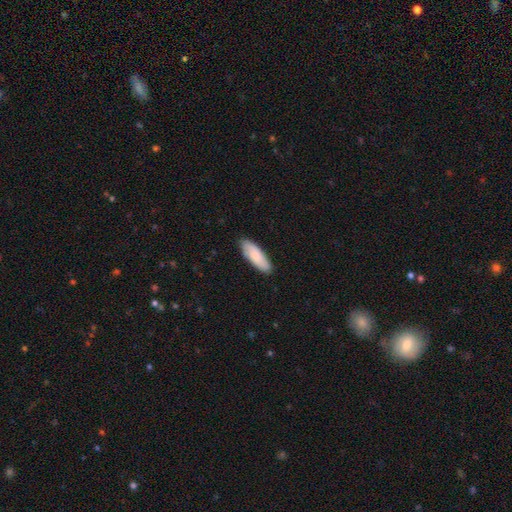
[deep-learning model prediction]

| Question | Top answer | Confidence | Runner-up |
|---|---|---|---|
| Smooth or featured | smooth | 79% | featured or disk (16%) |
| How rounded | in between | 64% | cigar-shaped (35%) |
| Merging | none | 87% | minor disturbance (11%) |